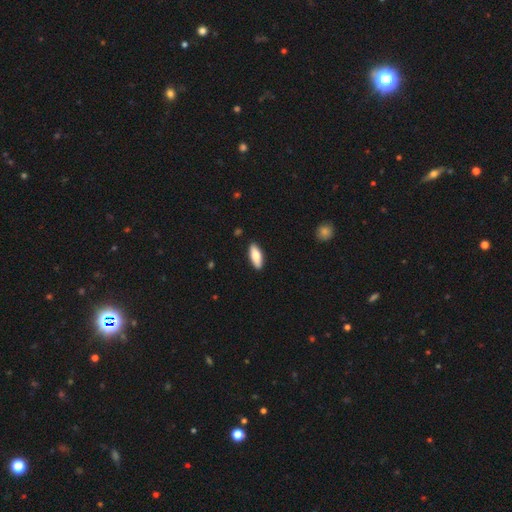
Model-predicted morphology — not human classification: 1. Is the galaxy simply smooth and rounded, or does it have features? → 76% smooth, 18% featured or disk, 6% star or artifact.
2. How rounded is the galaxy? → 72% in between, 26% cigar-shaped, 2% round.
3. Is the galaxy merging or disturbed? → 88% none, 9% minor disturbance, 2% major disturbance, 1% merger.